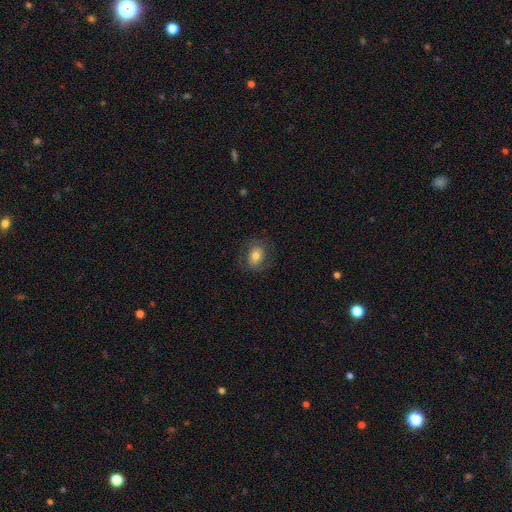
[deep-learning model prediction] A smooth galaxy with no disk features (64%) that is in between round and cigar-shaped (49%, tied with round).

Vote fractions:
- Smooth or featured? smooth: 64% / featured or disk: 27% / star or artifact: 9%
- How rounded? in between: 49% (tied) / round: 49% (tied) / cigar-shaped: 1%
- Merging? none: 75% / minor disturbance: 15% / major disturbance: 9% / merger: 1%